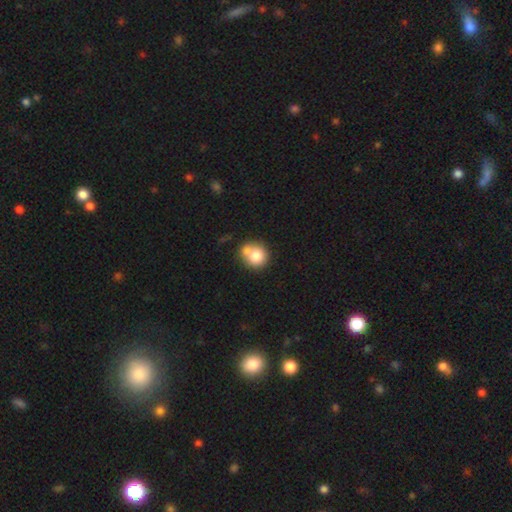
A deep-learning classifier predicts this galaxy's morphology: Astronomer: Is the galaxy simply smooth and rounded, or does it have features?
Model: smooth — 78%.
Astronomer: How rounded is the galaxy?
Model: round — 85%.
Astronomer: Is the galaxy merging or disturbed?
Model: none — 48% (runner-up: merger, 33%).